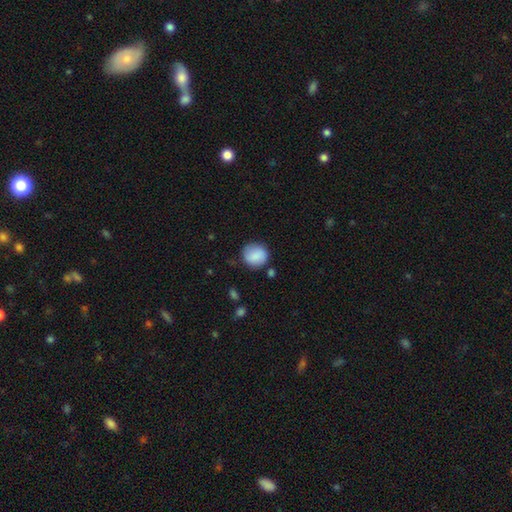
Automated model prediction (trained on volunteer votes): The model was most divided on "merging": none: 78%, minor disturbance: 15%, major disturbance: 4%, merger: 3%. More confident: smooth or featured — smooth (85%); how rounded — round (85%).